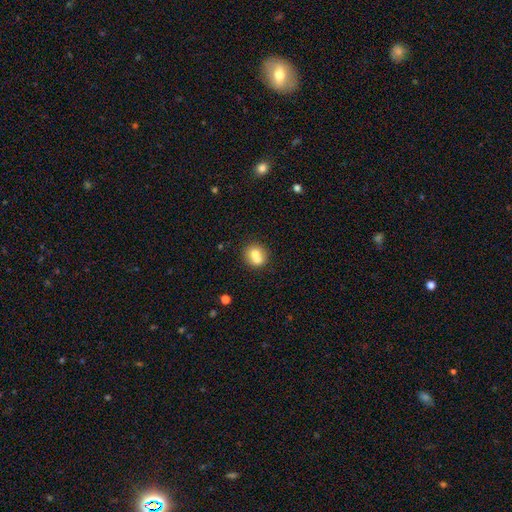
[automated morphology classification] Q: Smooth or featured?
A: smooth (71%); runner-up: featured or disk (20%)
Q: How rounded?
A: round (80%); runner-up: in between (19%)
Q: Merging?
A: none (45%); runner-up: merger (43%)